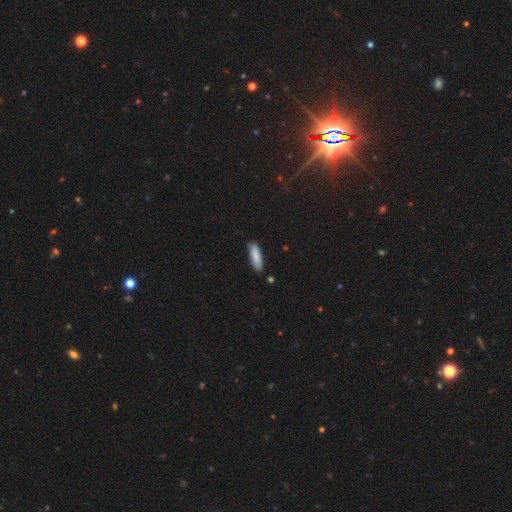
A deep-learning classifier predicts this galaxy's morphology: smooth-or-featured: smooth: 85% | featured or disk: 9% | star or artifact: 6%
  how-rounded: cigar-shaped: 59% | in between: 40% | round: 1%
  merging: none: 80% | minor disturbance: 16% | major disturbance: 2% | merger: 2%